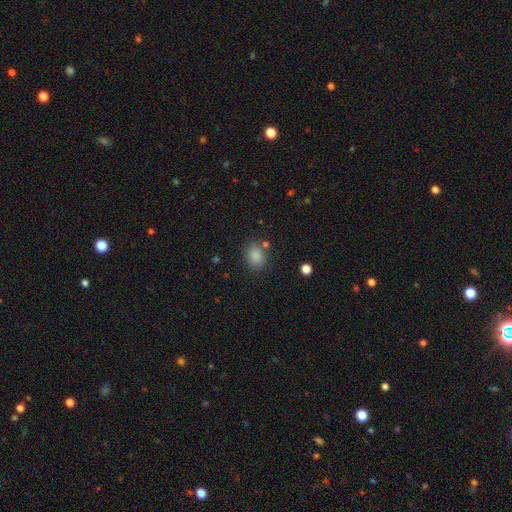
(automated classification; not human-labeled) Smooth or featured? smooth (85%)
How rounded? in between (50%)
Merging? none (79%)